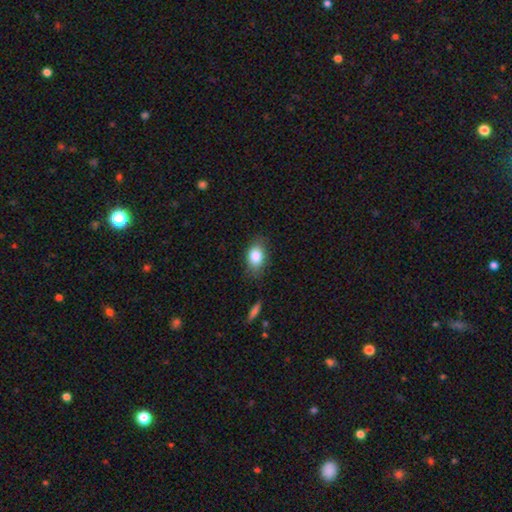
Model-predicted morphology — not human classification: type=smooth (83%); roundness=in between (80%); merging=none (77%).